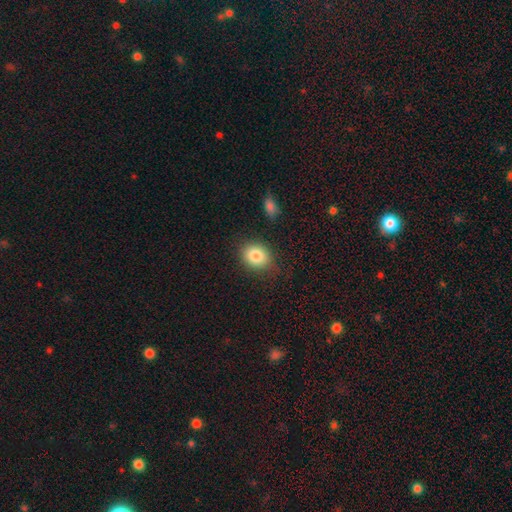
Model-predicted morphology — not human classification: A smooth galaxy with no disk features (84%) that is in between round and cigar-shaped (50%). Merging: none (80%).